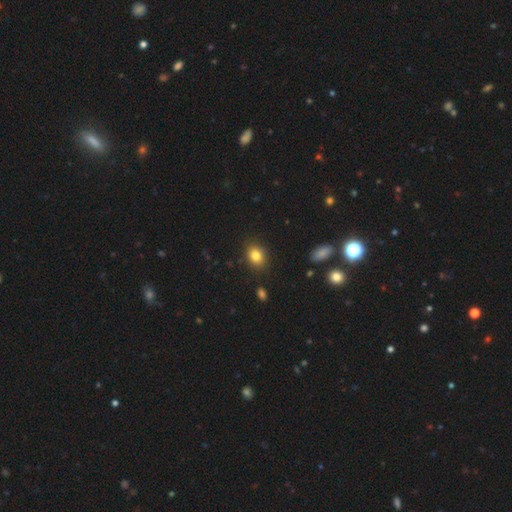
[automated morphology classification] Smooth or featured: smooth — 82% (star or artifact — 10%)
How rounded: in between — 53% (round — 46%)
Merging: none — 87% (minor disturbance — 9%)